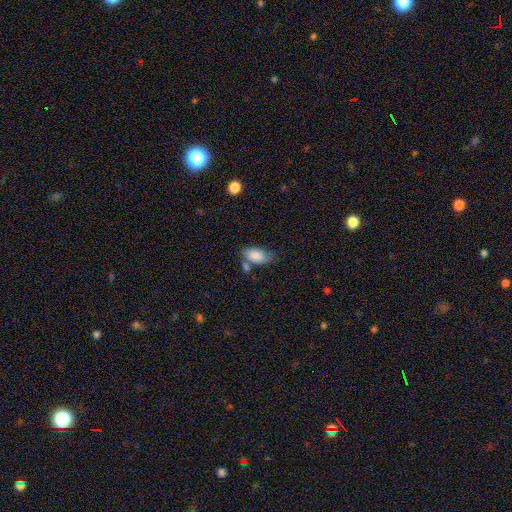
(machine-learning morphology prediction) A smooth galaxy with no disk features (83%) that is in between round and cigar-shaped (93%). Merging: none (52%).